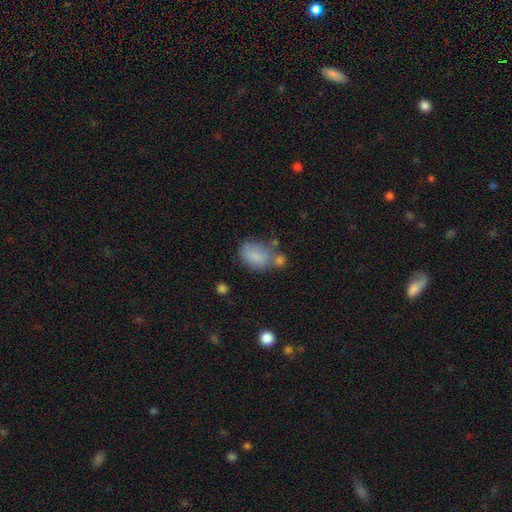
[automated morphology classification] Overall: smooth (81%). How rounded: in between (80%). Merging: none (44%; merger 24%).